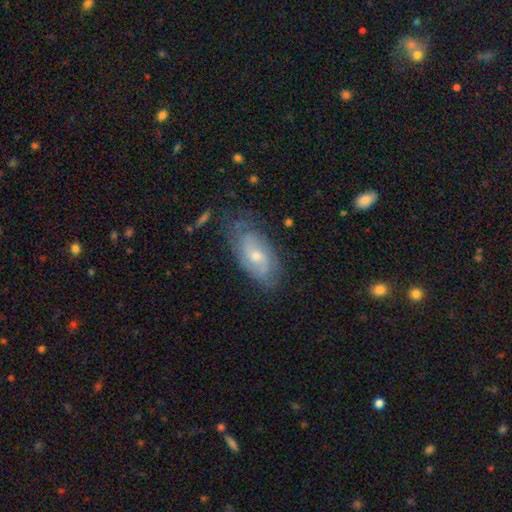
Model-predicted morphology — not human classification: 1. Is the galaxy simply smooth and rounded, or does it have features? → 69% featured or disk, 24% smooth, 7% star or artifact.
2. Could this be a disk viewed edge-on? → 93% no, 7% yes.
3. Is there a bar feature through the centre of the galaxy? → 58% no, 36% weak, 6% strong.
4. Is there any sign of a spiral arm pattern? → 87% yes, 13% no.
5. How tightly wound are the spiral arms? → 44% tight, 39% medium, 17% loose.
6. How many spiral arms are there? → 54% 2, 31% can't tell, 7% 3, 4% 1, 2% 4, 2% more than 4.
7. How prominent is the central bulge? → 49% moderate, 47% small, 2% large, 2% none, 1% dominant.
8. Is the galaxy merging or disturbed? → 67% none, 24% minor disturbance, 8% major disturbance, 2% merger.